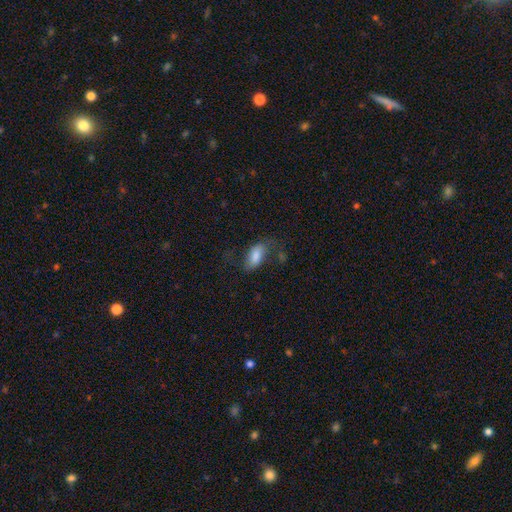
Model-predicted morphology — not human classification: Smooth or featured? smooth (62%)
How rounded? in between (89%)
Merging? none (52%)